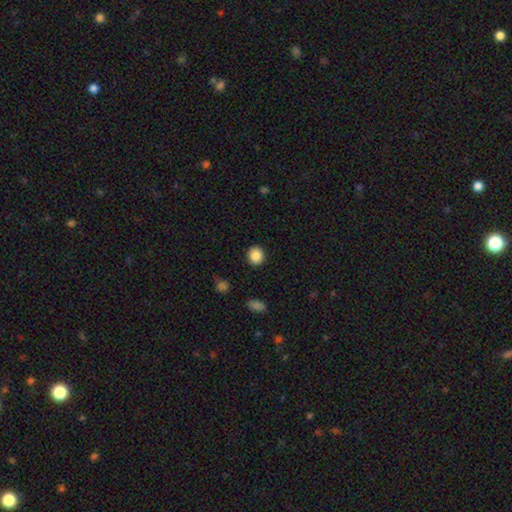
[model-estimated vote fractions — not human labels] The model was most divided on "how rounded": round: 85%, in between: 14%, cigar-shaped: 1%. More confident: merging — none (91%); smooth or featured — smooth (87%).